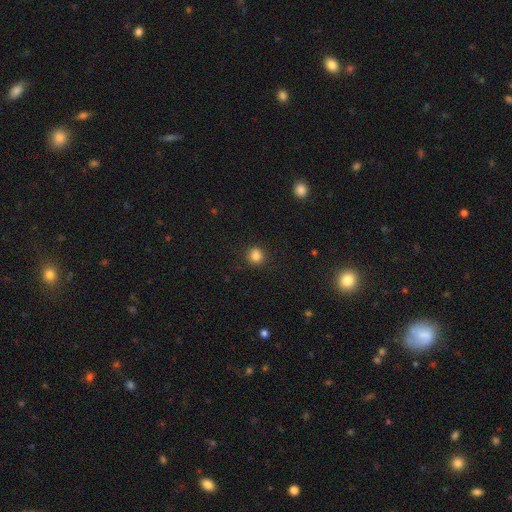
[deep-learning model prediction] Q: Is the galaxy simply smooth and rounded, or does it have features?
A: smooth — 84%.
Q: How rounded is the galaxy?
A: round — 84%.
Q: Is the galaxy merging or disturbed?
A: none — 86%.